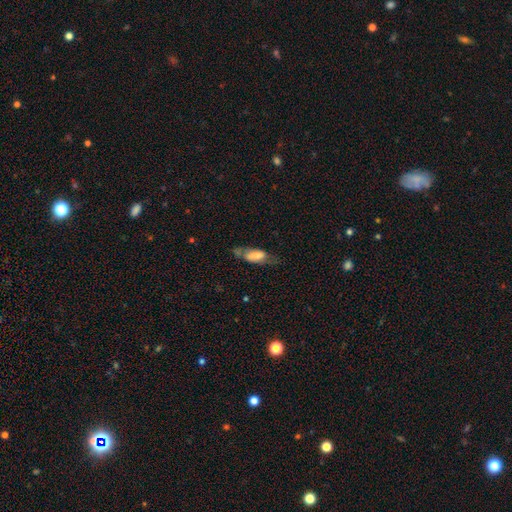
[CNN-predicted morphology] Smooth or featured?
  - smooth: 66% *
  - featured or disk: 26%
  - star or artifact: 8%
How rounded?
  - in between: 70% *
  - cigar-shaped: 28%
  - round: 2%
Merging?
  - none: 42% *
  - minor disturbance: 30%
  - major disturbance: 20%
  - merger: 8%